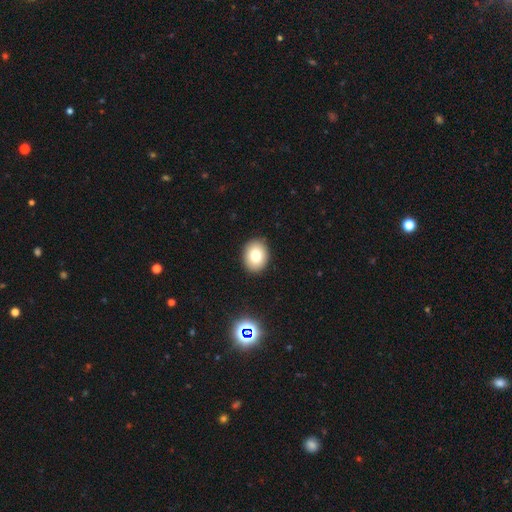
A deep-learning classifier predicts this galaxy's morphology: Smooth or featured?
  - smooth: 78% *
  - featured or disk: 12%
  - star or artifact: 11%
How rounded?
  - in between: 54% *
  - round: 45%
  - cigar-shaped: 1%
Merging?
  - none: 89% *
  - minor disturbance: 8%
  - major disturbance: 2%
  - merger: 1%